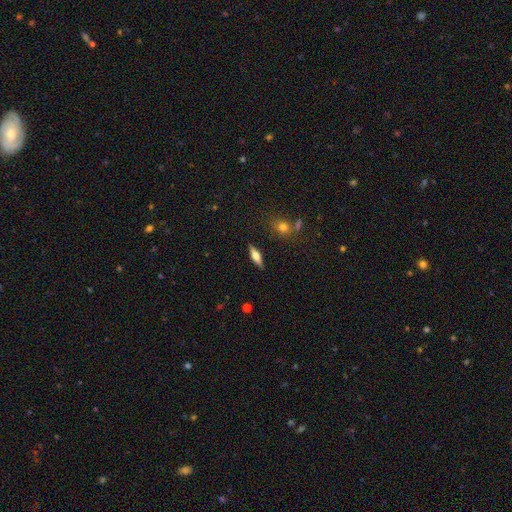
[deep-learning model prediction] A featured or disk galaxy (47%). Merging: none (87%).